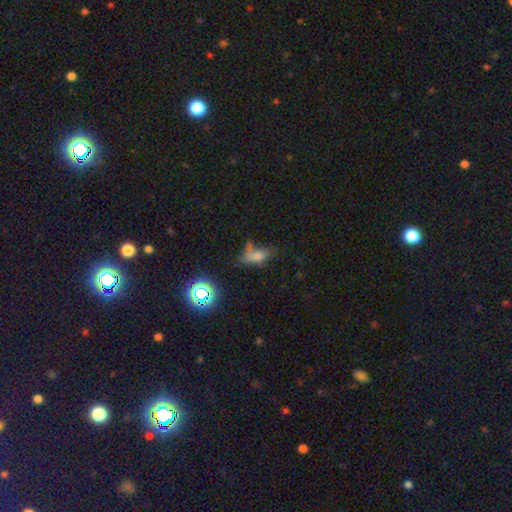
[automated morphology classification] Smooth or featured?
  - smooth: 59% *
  - star or artifact: 23%
  - featured or disk: 18%
How rounded?
  - in between: 74% *
  - cigar-shaped: 16%
  - round: 9%
Merging?
  - none: 34% *
  - major disturbance: 23%
  - minor disturbance: 22%
  - merger: 20%